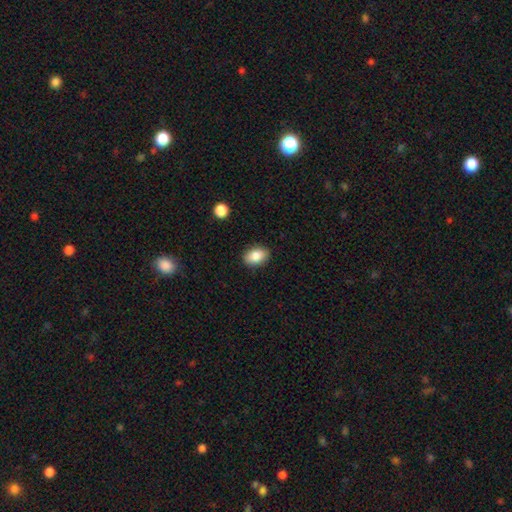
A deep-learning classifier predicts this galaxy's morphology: Q: Smooth or featured?
A: smooth (85%); runner-up: star or artifact (8%)
Q: How rounded?
A: in between (82%); runner-up: round (17%)
Q: Merging?
A: none (88%); runner-up: minor disturbance (9%)